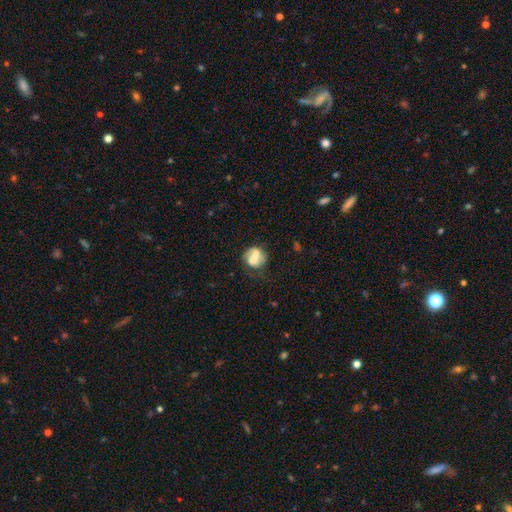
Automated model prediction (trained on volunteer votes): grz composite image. It shows a smooth galaxy with no disk features (55%) that is round (75%). Merging: none (43%).